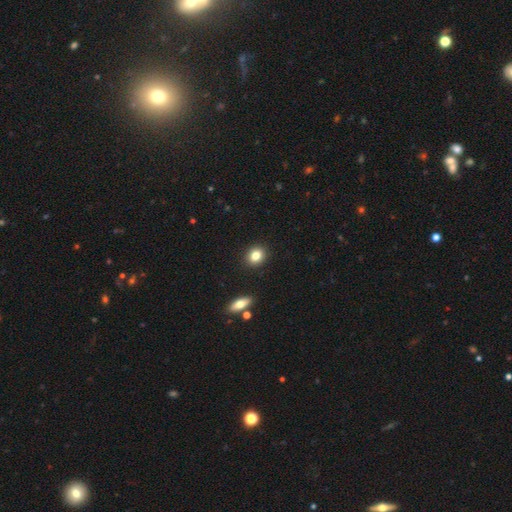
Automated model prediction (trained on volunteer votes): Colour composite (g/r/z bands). It shows a smooth galaxy with no disk features (83%) that is round (63%). Merging: none (90%).